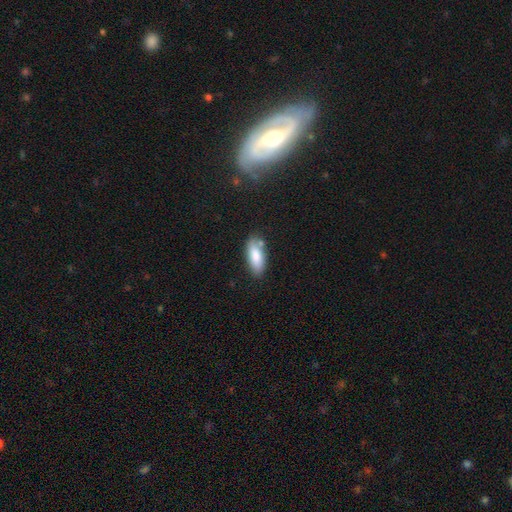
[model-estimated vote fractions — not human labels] This is clearly a smooth galaxy (82%). How rounded: likely in between (76%). Merging: likely none (72%).